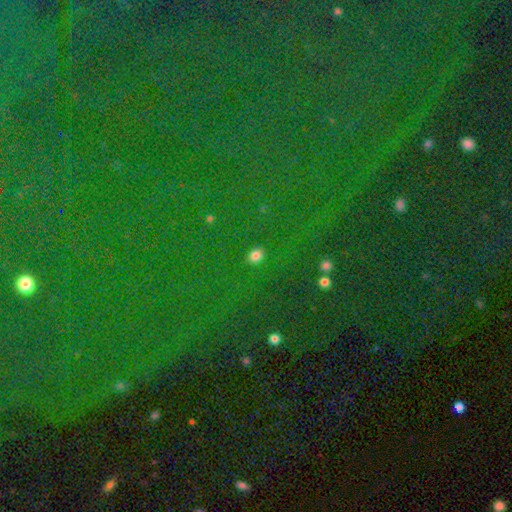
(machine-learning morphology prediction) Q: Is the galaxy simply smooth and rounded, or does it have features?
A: smooth — 77%.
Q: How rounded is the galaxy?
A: in between — 57%.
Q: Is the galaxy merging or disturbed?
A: none — 87%.